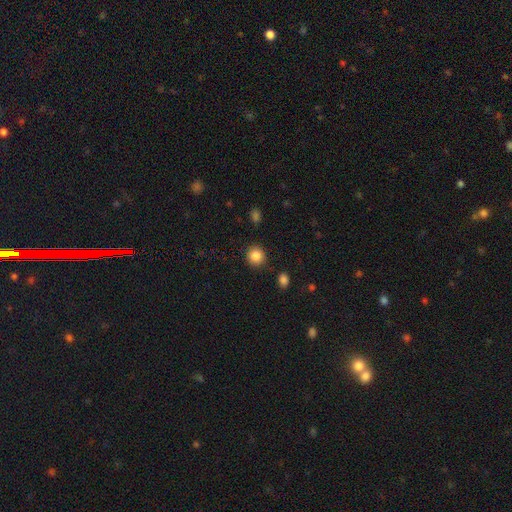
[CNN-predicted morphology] Smooth or featured: smooth — 86% (star or artifact — 10%)
How rounded: round — 90% (in between — 9%)
Merging: none — 89% (minor disturbance — 7%)